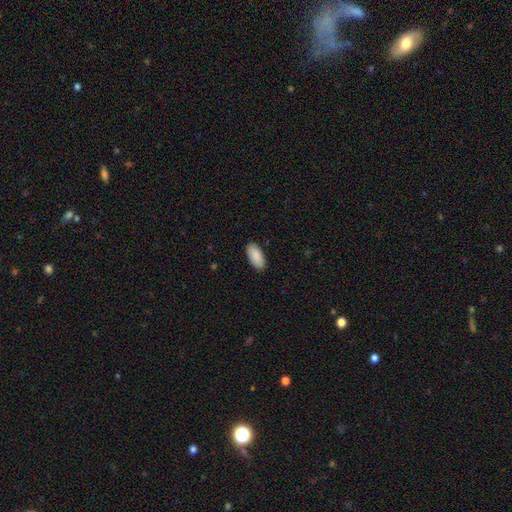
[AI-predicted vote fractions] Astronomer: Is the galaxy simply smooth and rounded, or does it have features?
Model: smooth — 90%.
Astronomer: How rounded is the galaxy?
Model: in between — 92%.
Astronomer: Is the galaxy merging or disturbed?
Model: none — 89%.